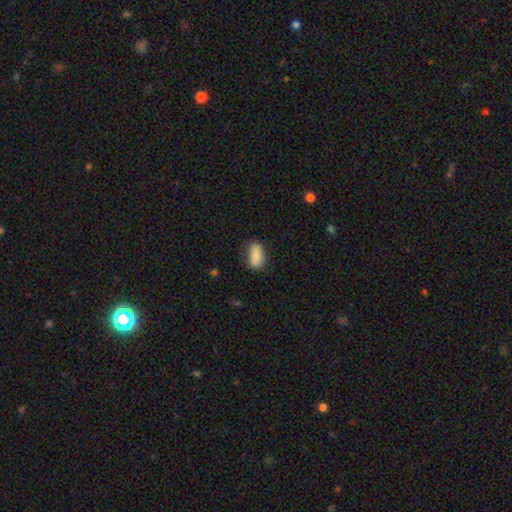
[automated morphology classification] This appears to be a smooth galaxy with no disk features (78%) that is in between round and cigar-shaped (90%). Merging: none (78%).